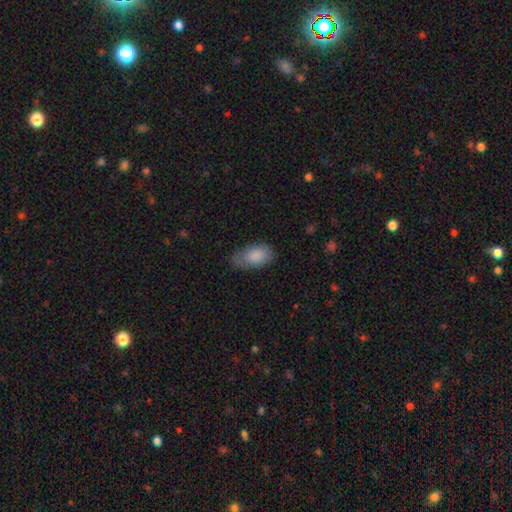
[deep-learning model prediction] This appears to be a smooth galaxy with no disk features (83%) that is in between round and cigar-shaped (94%). Merging: none (62%).